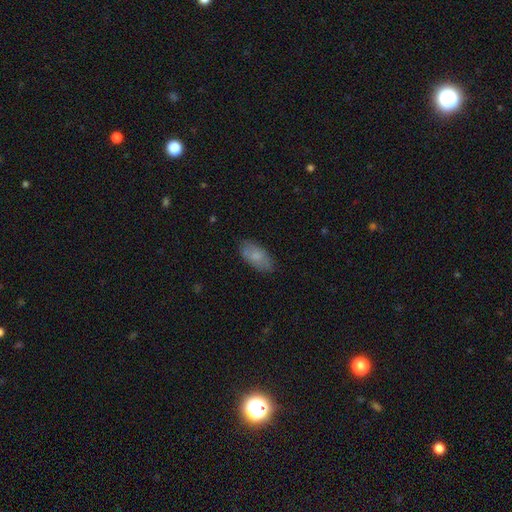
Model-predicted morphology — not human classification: Smooth or featured? Predicted: smooth (p=0.79). How rounded? Predicted: in between (p=0.91). Merging? Predicted: none (p=0.81).